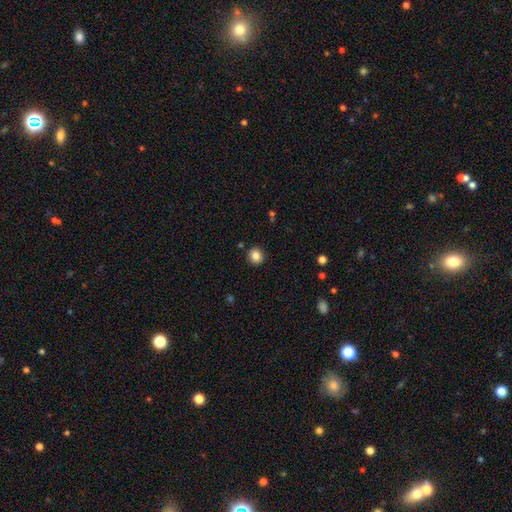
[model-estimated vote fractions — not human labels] Morphology: type=smooth (84%); roundness=round (87%); merging=none (91%).